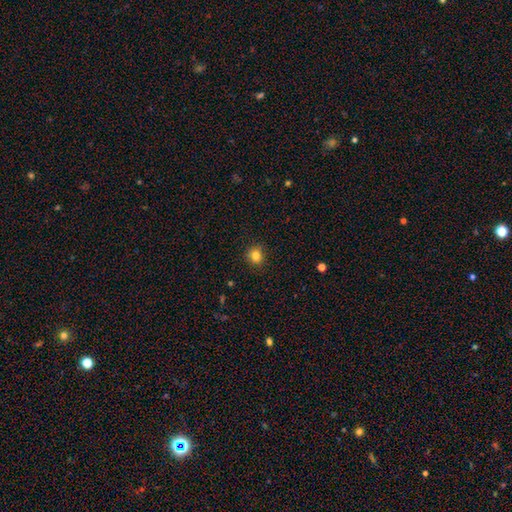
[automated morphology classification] smooth-or-featured: smooth: 82% | star or artifact: 12% | featured or disk: 6%
  how-rounded: round: 89% | in between: 11% | cigar-shaped: 1%
  merging: none: 90% | minor disturbance: 7% | major disturbance: 2% | merger: 1%